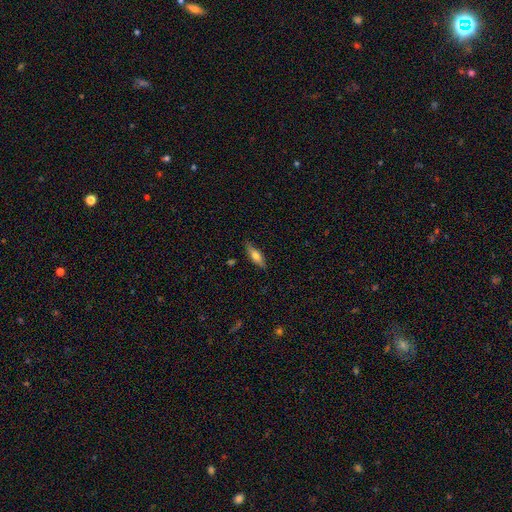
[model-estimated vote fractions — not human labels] smooth_or_featured: smooth (p=0.57) [alt: featured or disk p=0.36]
how_rounded: cigar-shaped (p=0.54) [alt: in between p=0.43]
merging: none (p=0.83) [alt: minor disturbance p=0.13]